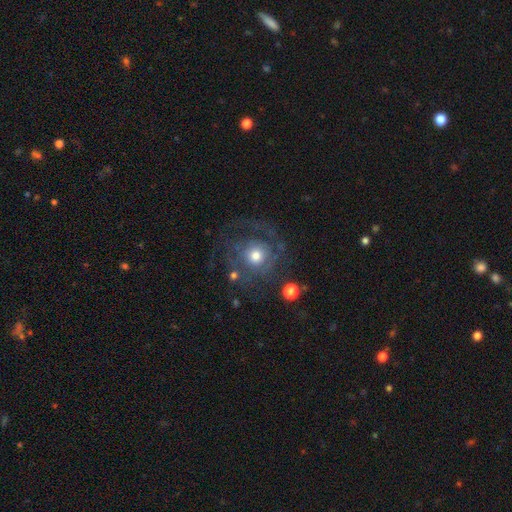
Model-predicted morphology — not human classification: Q: Smooth or featured?
A: featured or disk (47%); runner-up: smooth (42%)
Q: Merging?
A: none (55%); runner-up: major disturbance (26%)